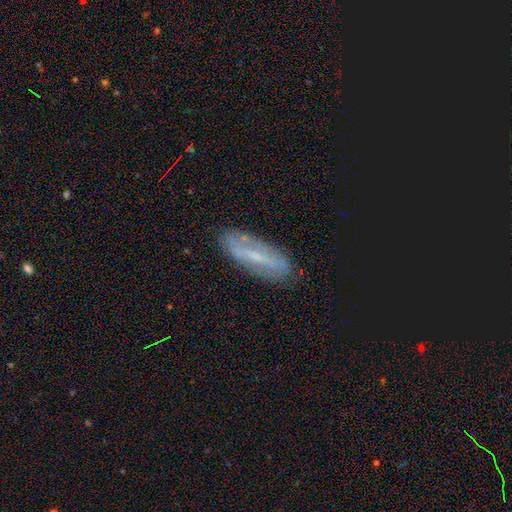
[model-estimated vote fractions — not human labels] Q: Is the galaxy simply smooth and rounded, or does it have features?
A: featured or disk — 61%.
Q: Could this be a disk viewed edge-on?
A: no — 67%.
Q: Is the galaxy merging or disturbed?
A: none — 80%.